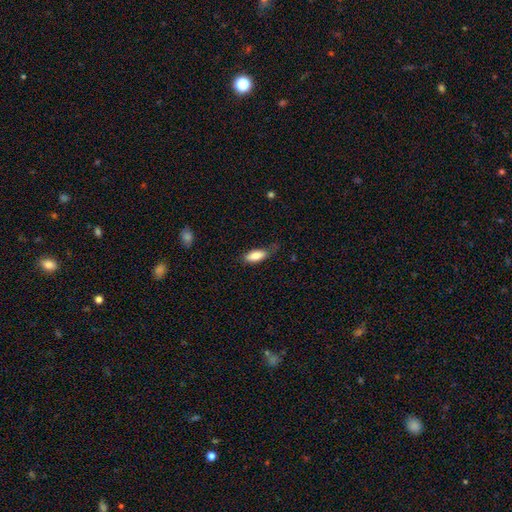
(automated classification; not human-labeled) Overall: smooth (82%). How rounded: in between (79%). Merging: none (65%; minor disturbance 27%).